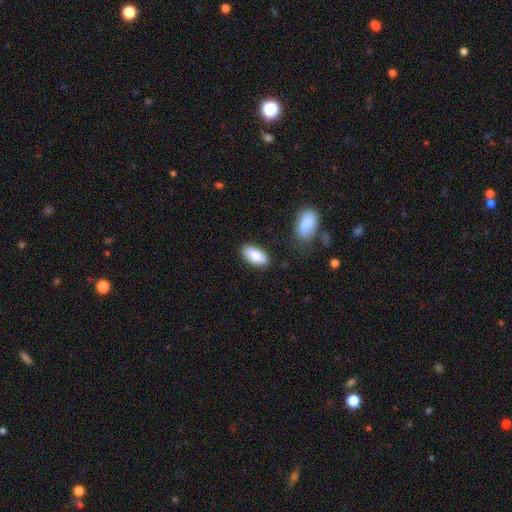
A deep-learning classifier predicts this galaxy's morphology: A smooth galaxy with no disk features (86%) that is in between round and cigar-shaped (89%).

Vote fractions:
- Smooth or featured? smooth: 86% / featured or disk: 8% / star or artifact: 6%
- How rounded? in between: 89% / cigar-shaped: 8% / round: 2%
- Merging? none: 83% / minor disturbance: 12% / merger: 3% / major disturbance: 3%